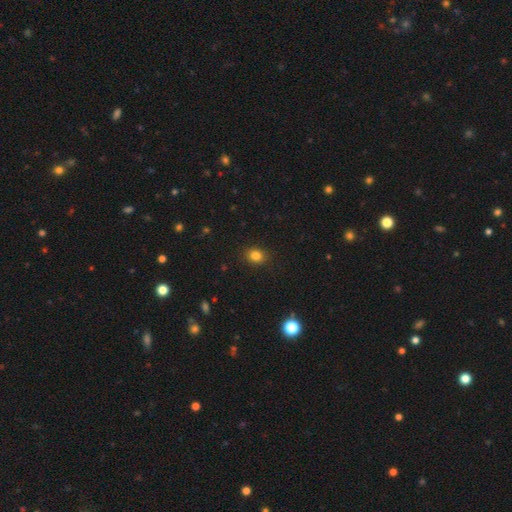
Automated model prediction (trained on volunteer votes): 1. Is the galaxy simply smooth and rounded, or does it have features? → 82% smooth, 12% star or artifact, 6% featured or disk.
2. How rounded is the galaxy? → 57% round, 42% in between, 1% cigar-shaped.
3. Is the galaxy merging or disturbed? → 89% none, 8% minor disturbance, 2% major disturbance, 1% merger.